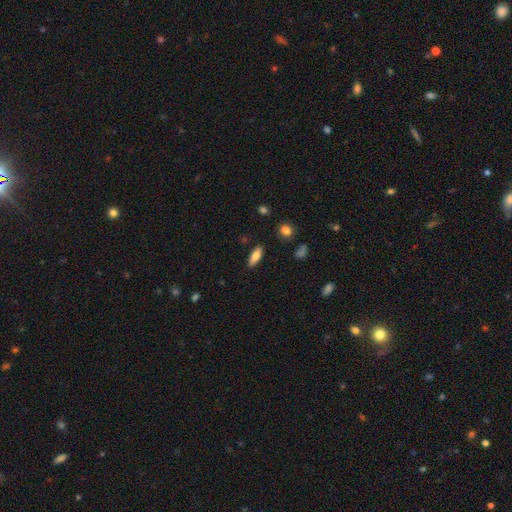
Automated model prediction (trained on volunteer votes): Q: Smooth or featured?
A: smooth (77%); runner-up: featured or disk (16%)
Q: How rounded?
A: in between (68%); runner-up: cigar-shaped (30%)
Q: Merging?
A: none (84%); runner-up: minor disturbance (11%)